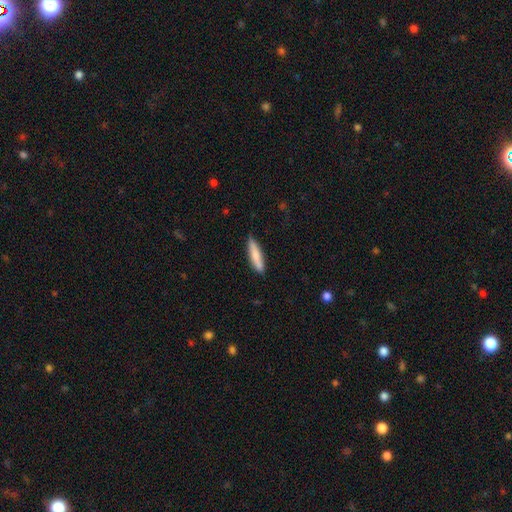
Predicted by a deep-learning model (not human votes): Overall: smooth (78%). How rounded: cigar-shaped (80%). Merging: none (82%).